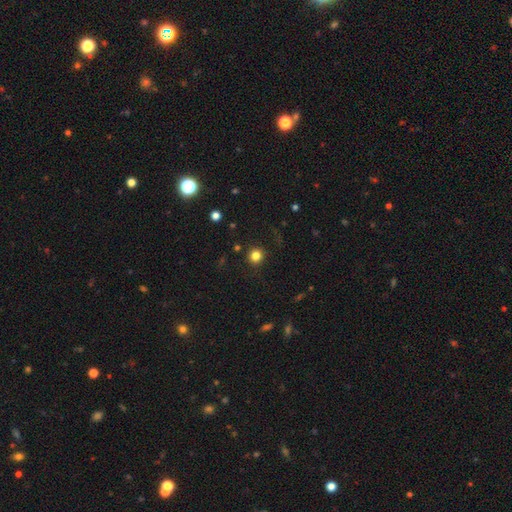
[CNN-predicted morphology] smooth 81%, star or artifact 13%, featured or disk 5%. Down the decision tree: how rounded — round (94%); merging — none (90%).